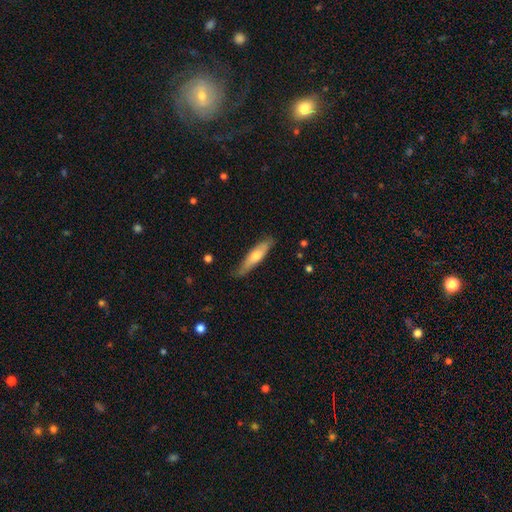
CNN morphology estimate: A smooth galaxy with no disk features (59%) that is cigar-shaped (76%). Merging: none (74%).